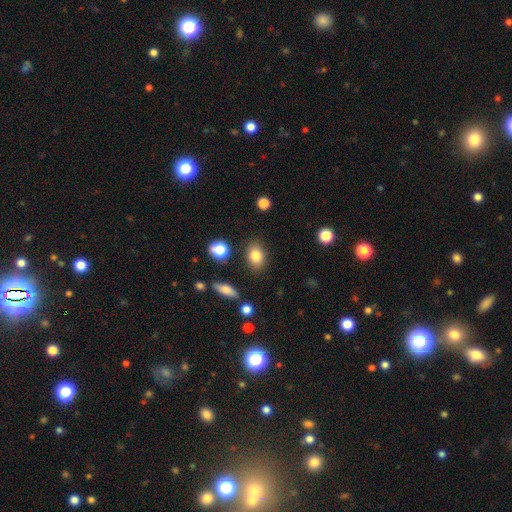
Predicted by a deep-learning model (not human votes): A smooth galaxy with no disk features (81%) that is in between round and cigar-shaped (73%).

Vote fractions:
- Smooth or featured? smooth: 81% / star or artifact: 10% / featured or disk: 9%
- How rounded? in between: 73% / round: 26% / cigar-shaped: 2%
- Merging? none: 83% / minor disturbance: 10% / major disturbance: 3% / merger: 3%